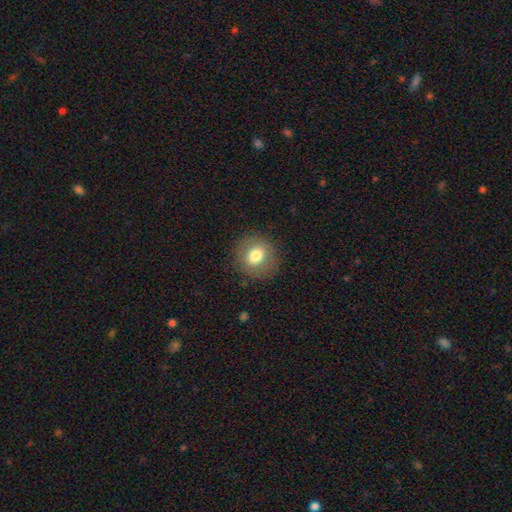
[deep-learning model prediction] A smooth galaxy with no disk features (75%) that is round (82%).

Vote fractions:
- Smooth or featured? smooth: 75% / featured or disk: 16% / star or artifact: 10%
- How rounded? round: 82% / in between: 17% / cigar-shaped: 1%
- Merging? none: 87% / minor disturbance: 9% / major disturbance: 4% / merger: 1%